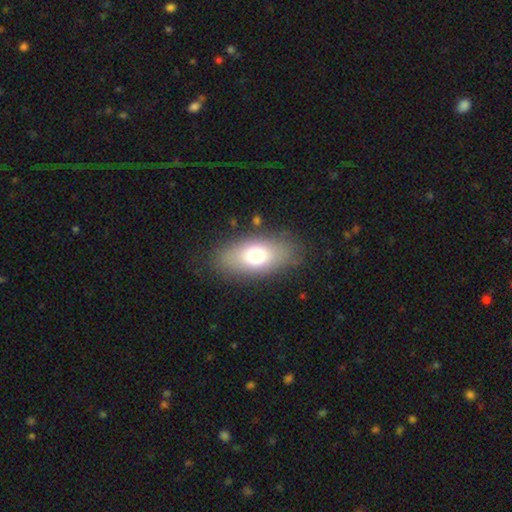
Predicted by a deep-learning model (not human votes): smooth 70%, featured or disk 20%, star or artifact 10%. Down the decision tree: how rounded — in between (86%); merging — none (82%).